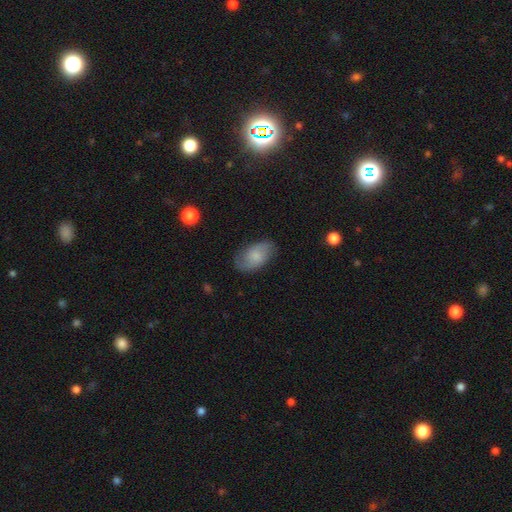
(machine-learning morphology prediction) Q: Smooth or featured?
A: smooth (58%); runner-up: featured or disk (34%)
Q: How rounded?
A: in between (92%); runner-up: round (6%)
Q: Merging?
A: none (76%); runner-up: minor disturbance (18%)